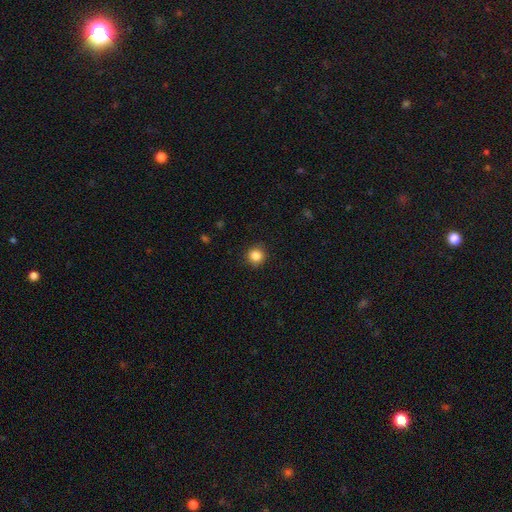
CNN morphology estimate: This appears to be a smooth galaxy with no disk features (85%) that is round (92%). Merging: none (89%).